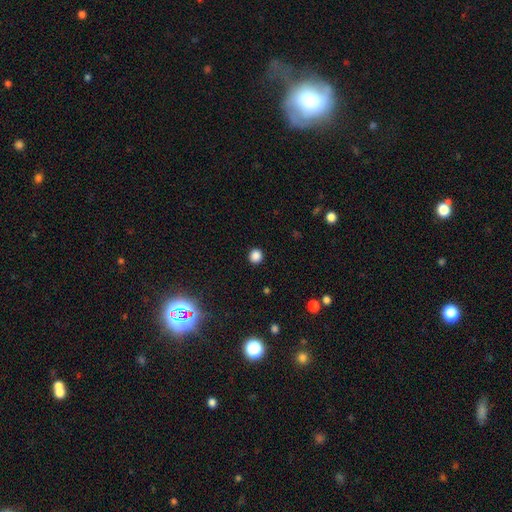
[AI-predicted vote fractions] smooth-or-featured: smooth: 85% | star or artifact: 12% | featured or disk: 3%
  how-rounded: round: 90% | in between: 9% | cigar-shaped: 1%
  merging: none: 91% | minor disturbance: 5% | major disturbance: 2% | merger: 1%